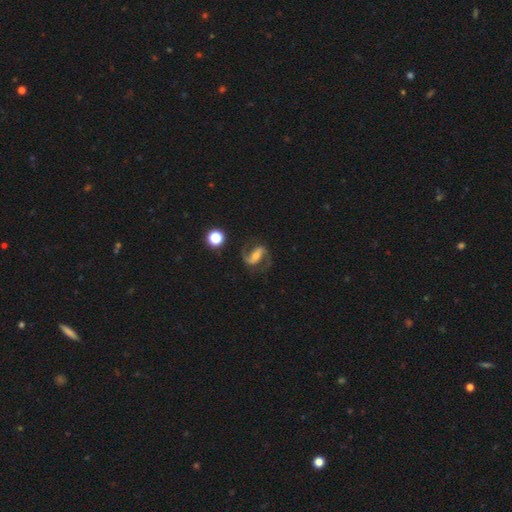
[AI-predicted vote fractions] Smooth or featured? featured or disk (86%)
Edge-on disk? no (97%)
Bar? strong (51%)
Spiral arms? yes (97%)
Spiral winding? medium (51%)
Spiral arm count? 2 (92%)
Bulge size? moderate (44%)
Merging? none (76%)